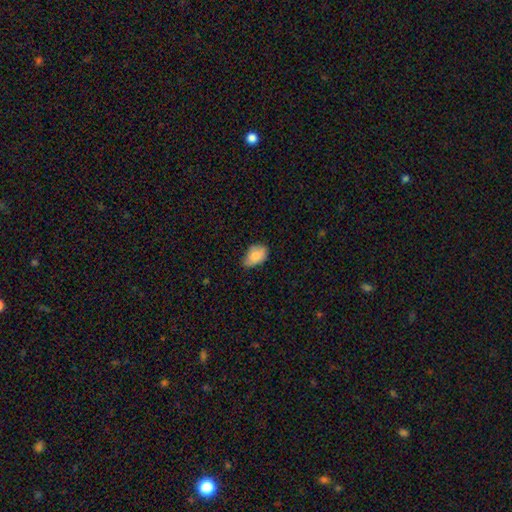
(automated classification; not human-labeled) Q: Smooth or featured?
A: smooth (84%); runner-up: featured or disk (9%)
Q: How rounded?
A: in between (88%); runner-up: round (10%)
Q: Merging?
A: none (61%); runner-up: minor disturbance (33%)